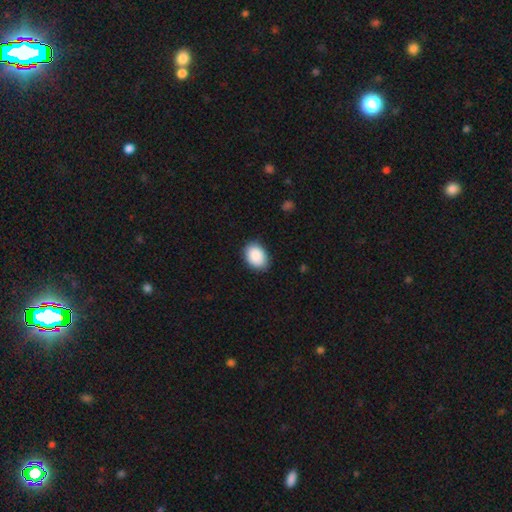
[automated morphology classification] smooth 90%, star or artifact 7%, featured or disk 4%. Down the decision tree: how rounded — in between (77%); merging — none (84%).